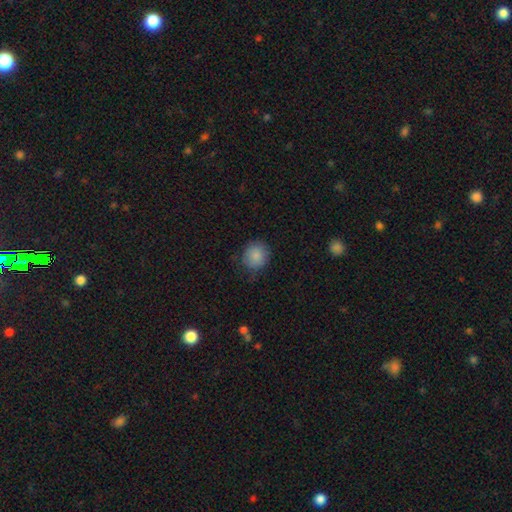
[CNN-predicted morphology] Smooth or featured? Predicted: smooth (p=0.86). How rounded? Predicted: round (p=0.84). Merging? Predicted: none (p=0.71).